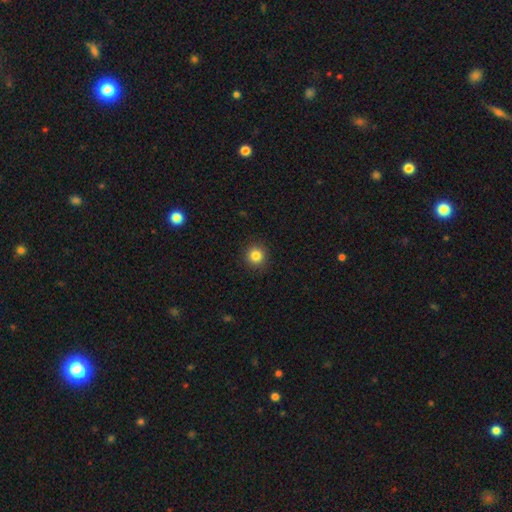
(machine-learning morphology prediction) Q: Smooth or featured?
A: smooth (84%); runner-up: star or artifact (11%)
Q: How rounded?
A: round (94%); runner-up: in between (5%)
Q: Merging?
A: none (92%); runner-up: minor disturbance (5%)